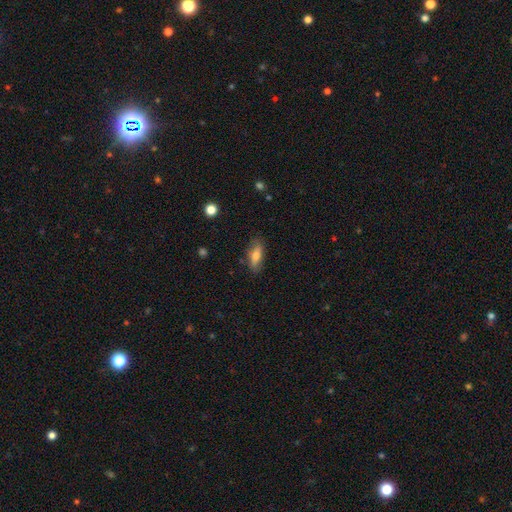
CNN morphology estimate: type=smooth (65%); roundness=in between (63%); merging=none (80%).